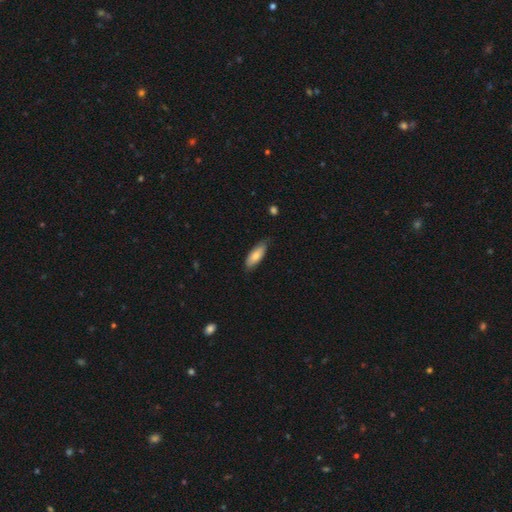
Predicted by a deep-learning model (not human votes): Smooth or featured: smooth — 78% (featured or disk — 16%)
How rounded: in between — 74% (cigar-shaped — 24%)
Merging: none — 76% (minor disturbance — 20%)